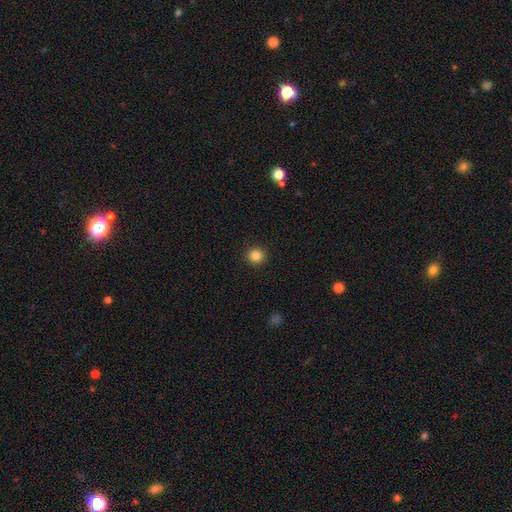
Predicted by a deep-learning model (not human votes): A smooth galaxy with no disk features (84%) that is round (94%). Merging: none (93%).